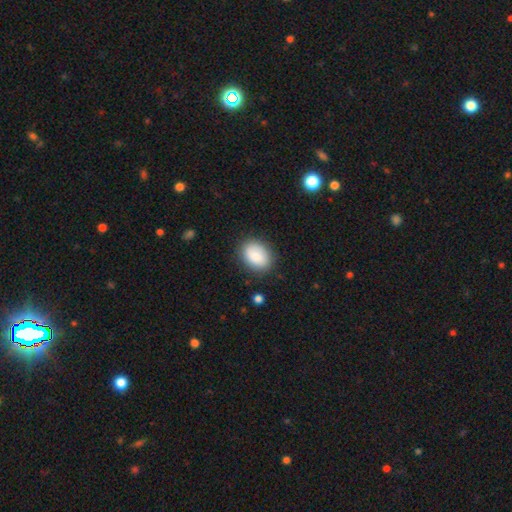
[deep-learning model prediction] The model was most divided on "how rounded": in between: 73%, round: 26%, cigar-shaped: 1%. More confident: smooth or featured — smooth (85%); merging — none (84%).